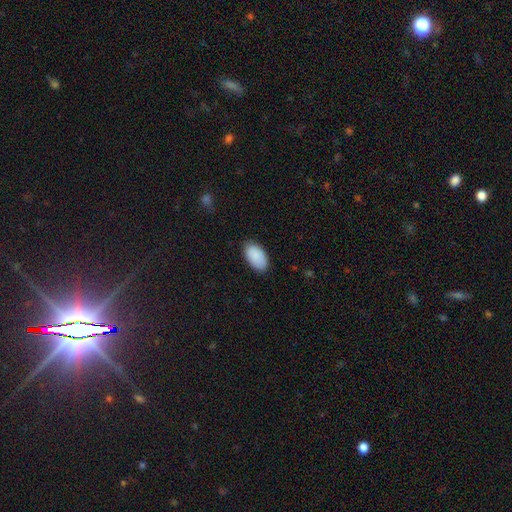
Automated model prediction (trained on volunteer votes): The model was most divided on "merging": none: 83%, minor disturbance: 14%, major disturbance: 2%, merger: 1%. More confident: how rounded — in between (96%); smooth or featured — smooth (91%).